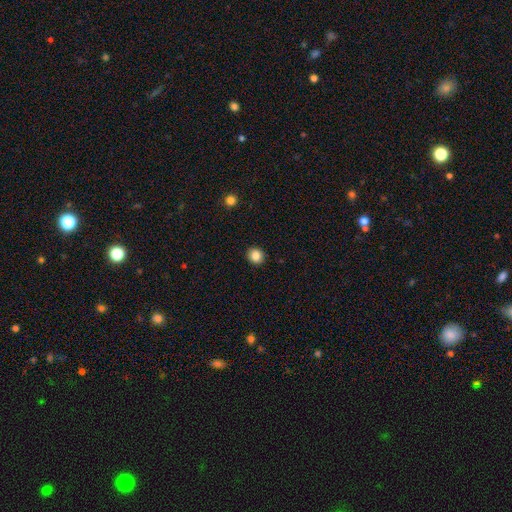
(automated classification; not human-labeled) Morphology: type=smooth (86%); roundness=round (82%); merging=none (92%).